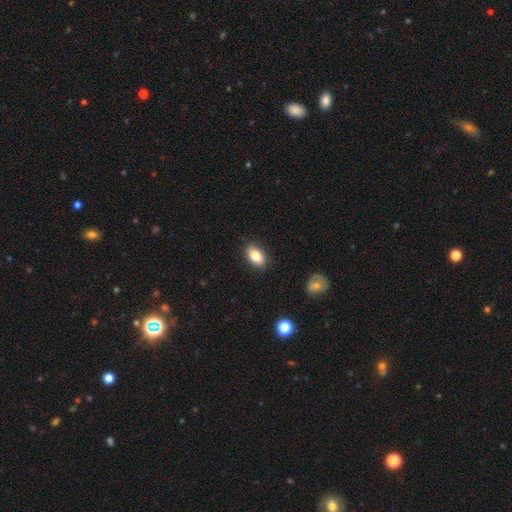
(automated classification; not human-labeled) Smooth or featured? Predicted: smooth (p=0.82). How rounded? Predicted: in between (p=0.90). Merging? Predicted: none (p=0.87).